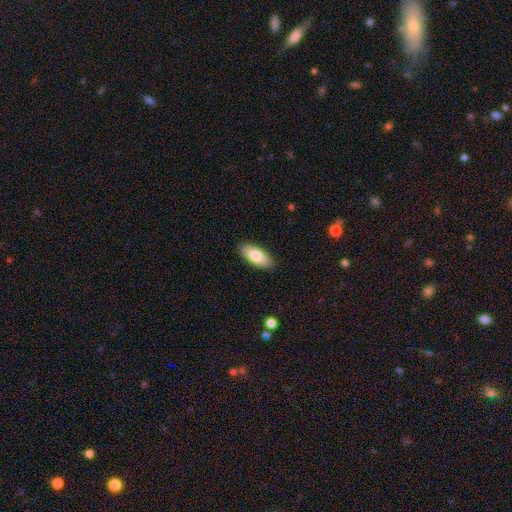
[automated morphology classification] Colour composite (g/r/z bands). It shows a smooth galaxy with no disk features (82%) that is in between round and cigar-shaped (86%). Merging: none (89%).